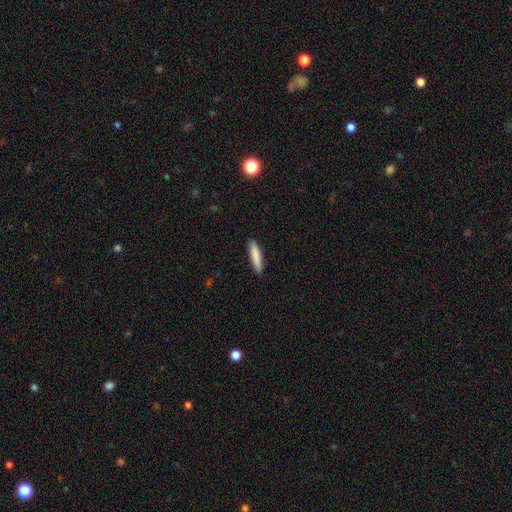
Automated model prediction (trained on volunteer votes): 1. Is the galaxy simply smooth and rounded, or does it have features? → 86% smooth, 9% featured or disk, 5% star or artifact.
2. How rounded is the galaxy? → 86% cigar-shaped, 13% in between, 1% round.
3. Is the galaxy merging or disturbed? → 91% none, 7% minor disturbance, 1% major disturbance, 1% merger.